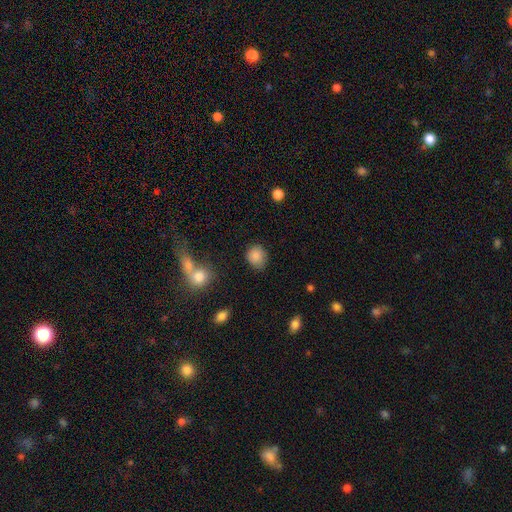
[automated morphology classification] Smooth or featured: smooth — 86% (star or artifact — 10%)
How rounded: round — 76% (in between — 23%)
Merging: none — 76% (minor disturbance — 17%)